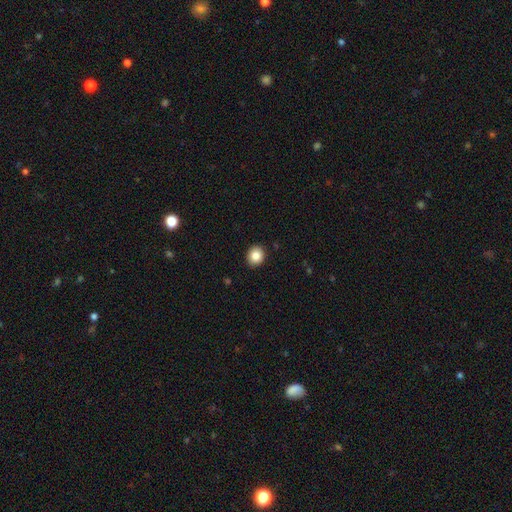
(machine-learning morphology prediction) smooth_or_featured: smooth (p=0.85) [alt: star or artifact p=0.09]
how_rounded: round (p=0.75) [alt: in between p=0.24]
merging: none (p=0.92) [alt: minor disturbance p=0.06]